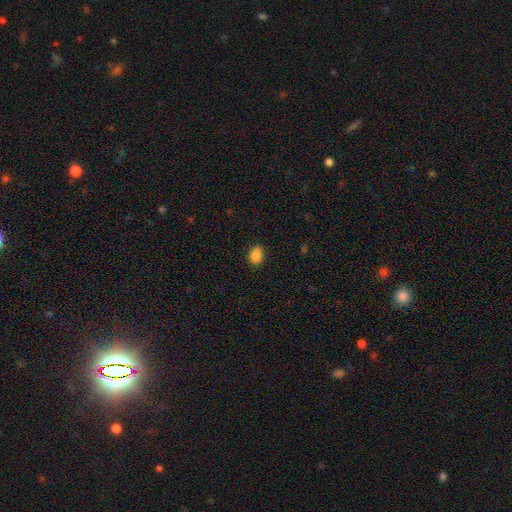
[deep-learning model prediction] This is clearly a smooth galaxy (85%). How rounded: likely in between (63%). Merging: likely none (76%).